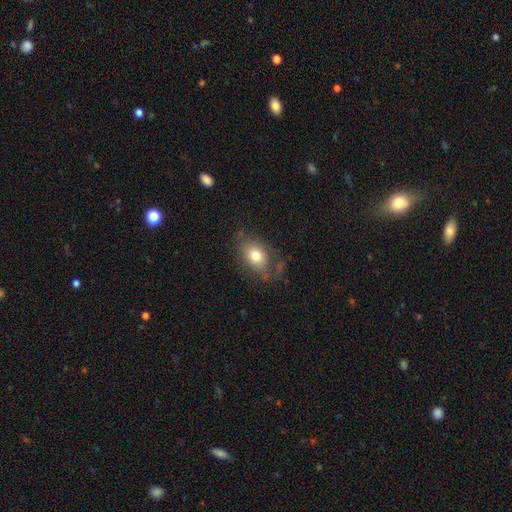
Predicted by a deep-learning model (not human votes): smooth_or_featured: smooth (p=0.73) [alt: featured or disk p=0.18]
how_rounded: in between (p=0.76) [alt: round p=0.22]
merging: none (p=0.60) [alt: minor disturbance p=0.24]